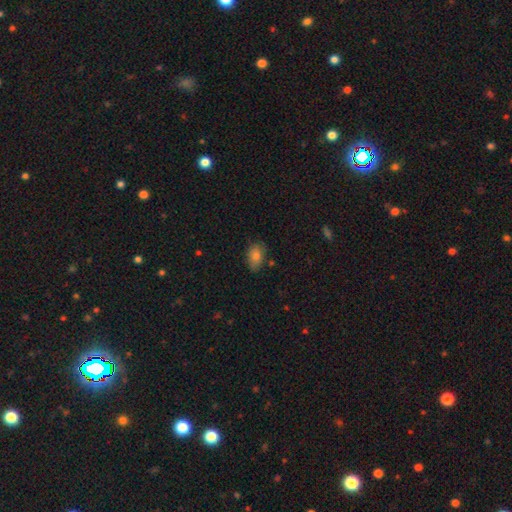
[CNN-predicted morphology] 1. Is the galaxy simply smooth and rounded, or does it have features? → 80% smooth, 11% featured or disk, 9% star or artifact.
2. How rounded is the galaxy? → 86% in between, 12% round, 2% cigar-shaped.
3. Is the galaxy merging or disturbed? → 73% none, 21% minor disturbance, 4% major disturbance, 2% merger.